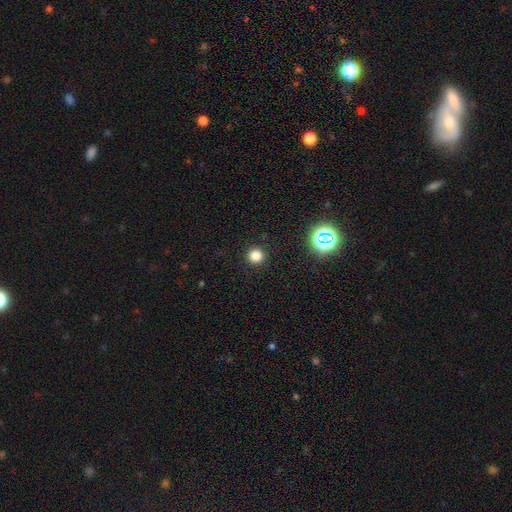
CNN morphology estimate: A smooth galaxy with no disk features (80%) that is round (94%). Merging: none (92%).